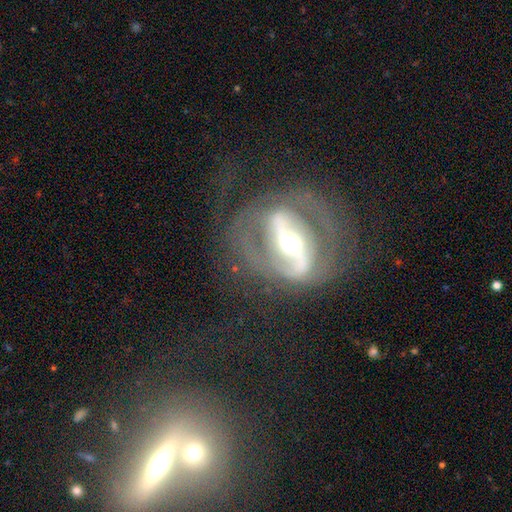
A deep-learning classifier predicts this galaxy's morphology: A featured or disk galaxy (87%) with a strong bar (71%), 2 (81%) medium (45%) spiral arms (82%) and a moderate central bulge (59%). Merging: none (62%).